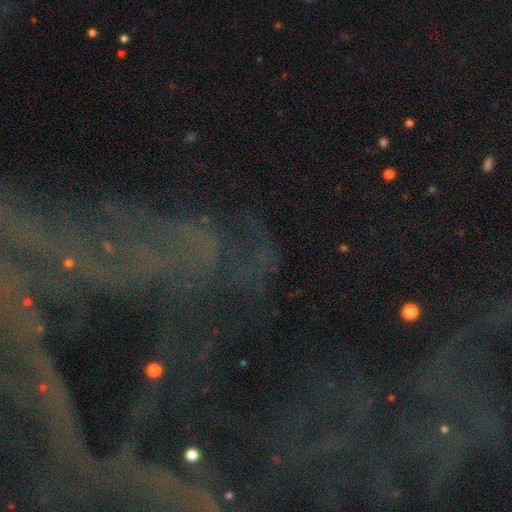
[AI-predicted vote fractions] Overall: star or artifact (69%).